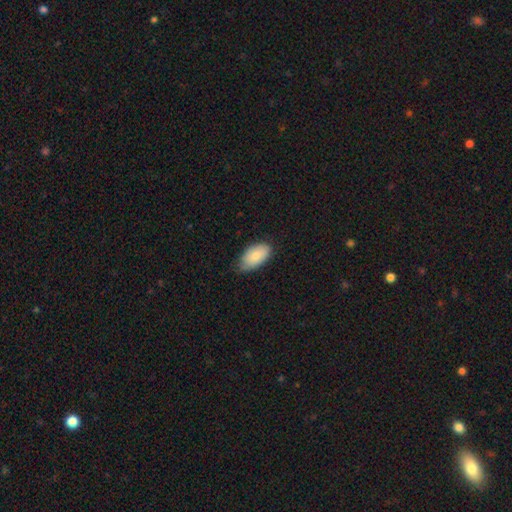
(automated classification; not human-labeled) Smooth or featured? smooth (81%)
How rounded? in between (95%)
Merging? none (65%)